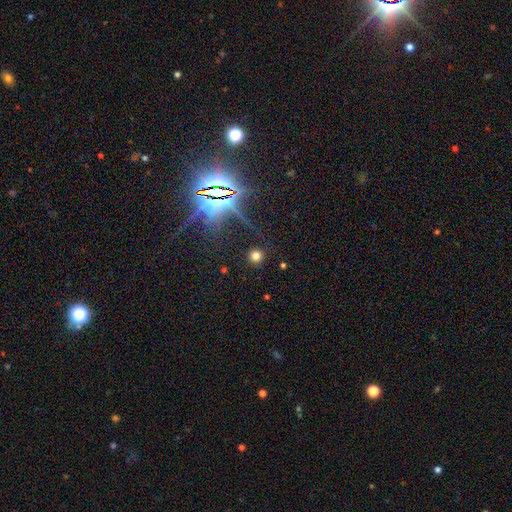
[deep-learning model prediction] Smooth or featured: smooth — 68% (star or artifact — 24%)
How rounded: round — 94% (in between — 5%)
Merging: none — 88% (minor disturbance — 6%)